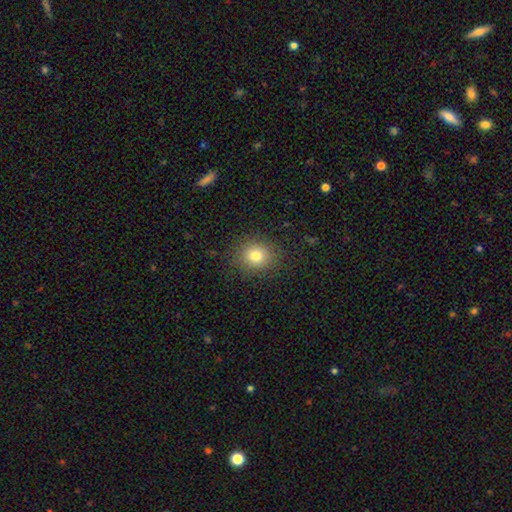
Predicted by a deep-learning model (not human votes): The model was most divided on "how rounded": round: 79%, in between: 20%, cigar-shaped: 1%. More confident: merging — none (87%); smooth or featured — smooth (78%).